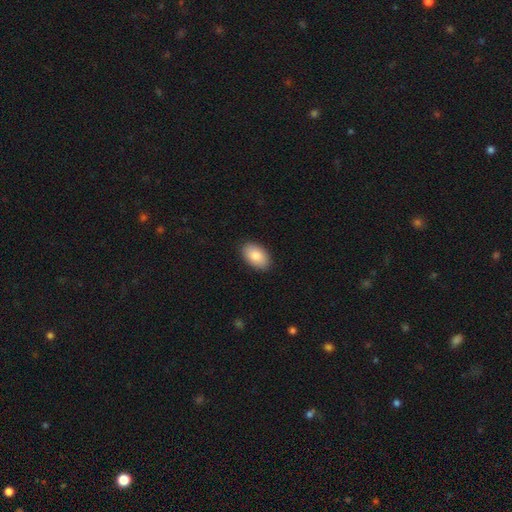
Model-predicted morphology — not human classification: This is clearly a smooth galaxy (85%). How rounded: clearly in between (93%). Merging: clearly none (89%).